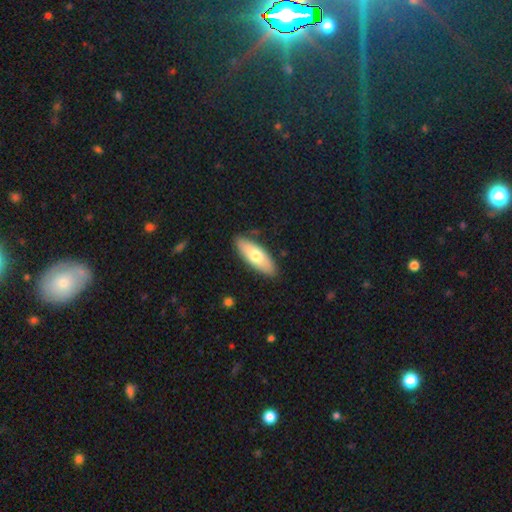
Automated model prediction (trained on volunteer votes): Smooth or featured: smooth — 67% (featured or disk — 28%)
How rounded: in between — 72% (cigar-shaped — 26%)
Merging: none — 87% (minor disturbance — 10%)